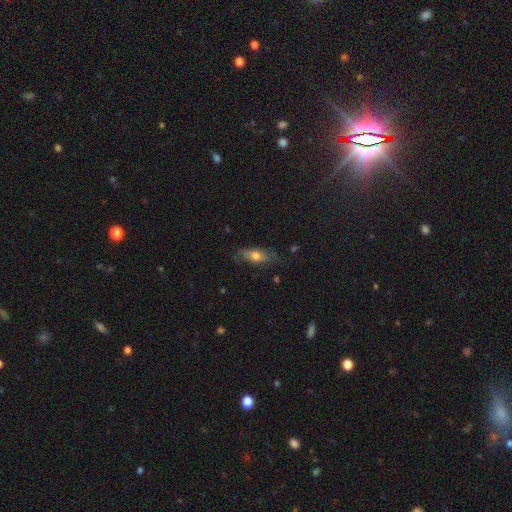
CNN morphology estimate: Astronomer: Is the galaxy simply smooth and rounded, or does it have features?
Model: smooth — 62%.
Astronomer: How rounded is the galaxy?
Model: in between — 73%.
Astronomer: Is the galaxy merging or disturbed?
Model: none — 66%.